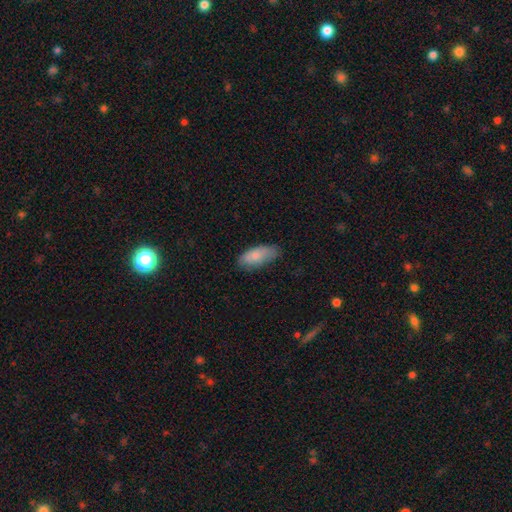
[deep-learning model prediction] Morphology: type=smooth (81%); roundness=in between (86%); merging=none (71%).